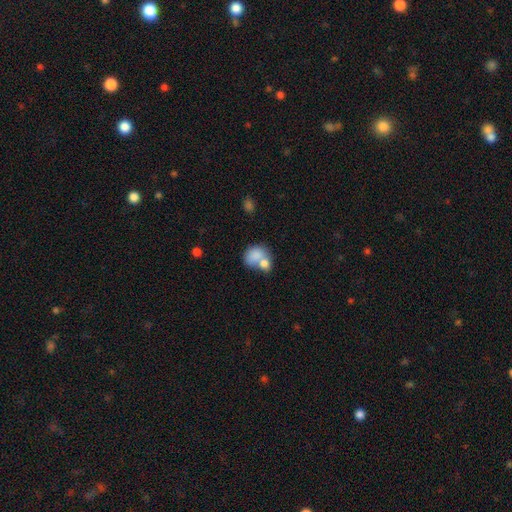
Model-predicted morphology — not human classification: type=smooth (80%); roundness=in between (55%); merging=merger (57%).